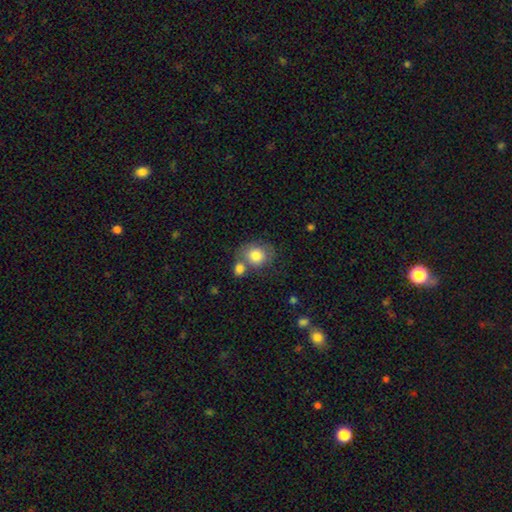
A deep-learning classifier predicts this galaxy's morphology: Overall: smooth (80%). How rounded: round (69%; in between 30%). Merging: none (46%; merger 32%).